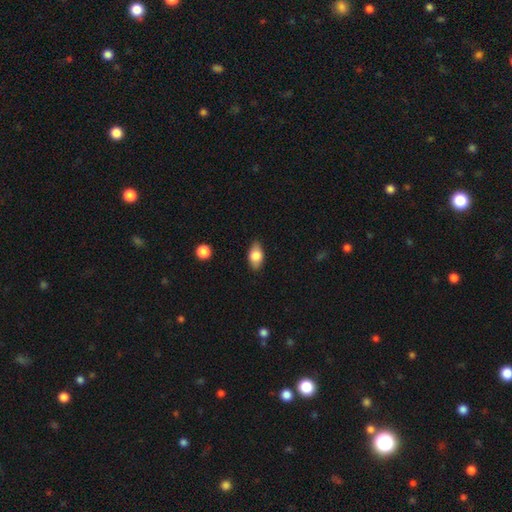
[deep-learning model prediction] Morphology: type=smooth (75%); roundness=in between (88%); merging=none (84%).